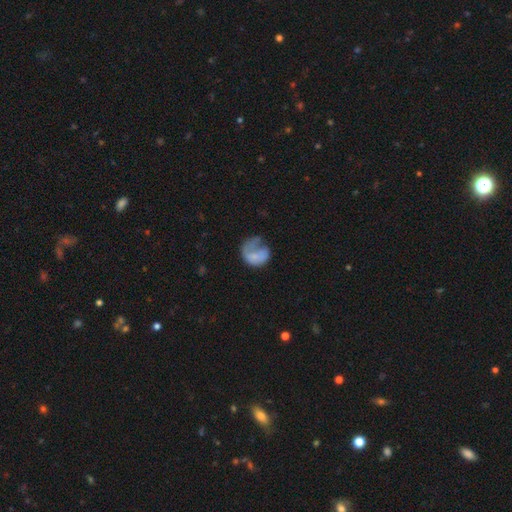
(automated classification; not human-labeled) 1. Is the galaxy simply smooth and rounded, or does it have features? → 58% smooth, 33% featured or disk, 9% star or artifact.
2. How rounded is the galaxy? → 62% round, 37% in between, 1% cigar-shaped.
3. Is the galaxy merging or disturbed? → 47% major disturbance, 27% none, 22% minor disturbance, 4% merger.